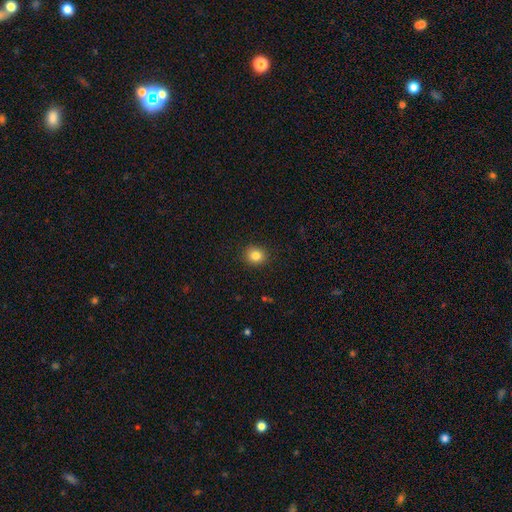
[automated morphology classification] The model was most divided on "how rounded": round: 81%, in between: 18%, cigar-shaped: 1%. More confident: merging — none (91%); smooth or featured — smooth (83%).